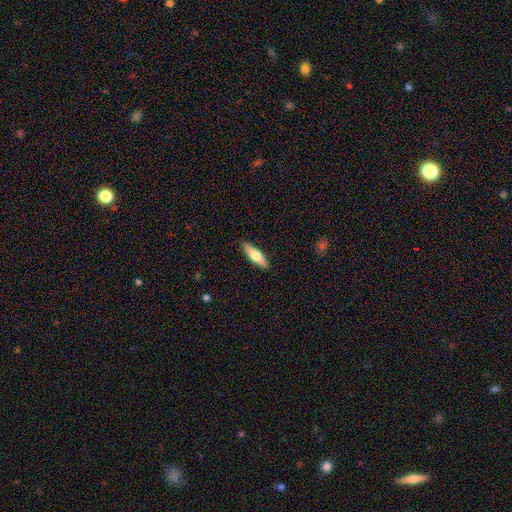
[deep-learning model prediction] Overall: smooth (62%; featured or disk 33%). How rounded: cigar-shaped (58%; in between 40%). Merging: none (90%).